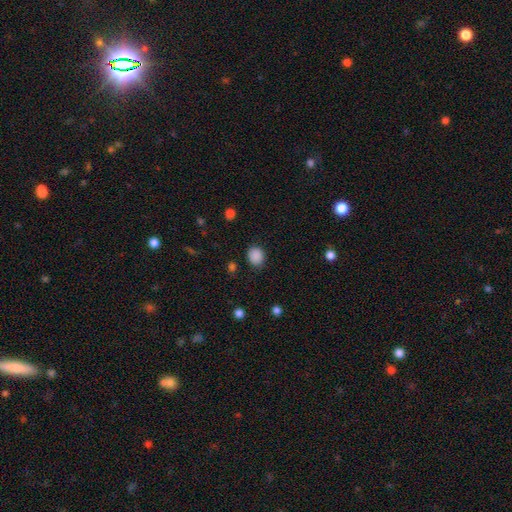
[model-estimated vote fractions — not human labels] Smooth or featured: smooth — 87% (star or artifact — 10%)
How rounded: round — 64% (in between — 35%)
Merging: none — 84% (minor disturbance — 12%)